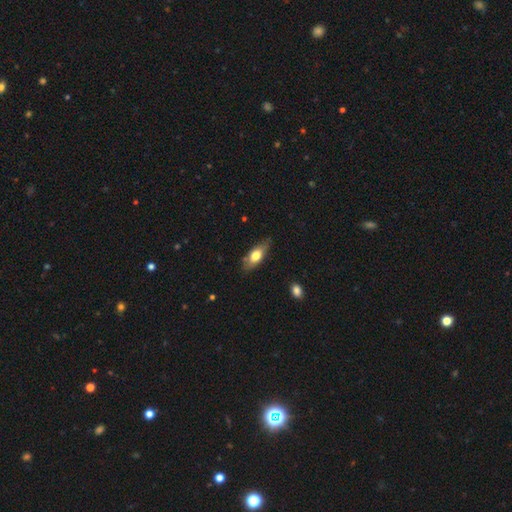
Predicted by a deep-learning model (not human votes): smooth_or_featured: smooth (p=0.65) [alt: featured or disk p=0.29]
how_rounded: in between (p=0.76) [alt: cigar-shaped p=0.20]
merging: none (p=0.75) [alt: minor disturbance p=0.20]